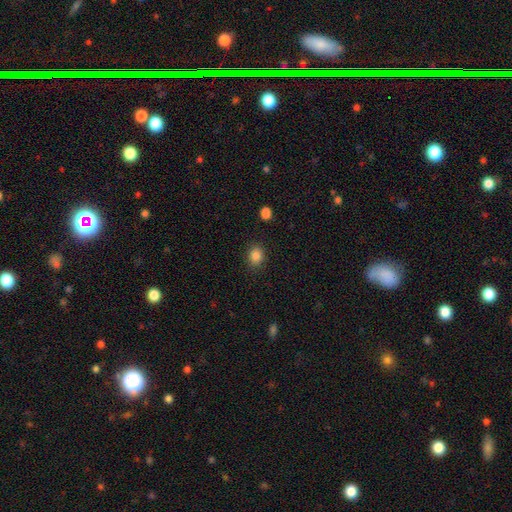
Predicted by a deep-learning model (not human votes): Q: Smooth or featured?
A: smooth (86%); runner-up: star or artifact (10%)
Q: How rounded?
A: round (59%); runner-up: in between (40%)
Q: Merging?
A: none (87%); runner-up: minor disturbance (9%)